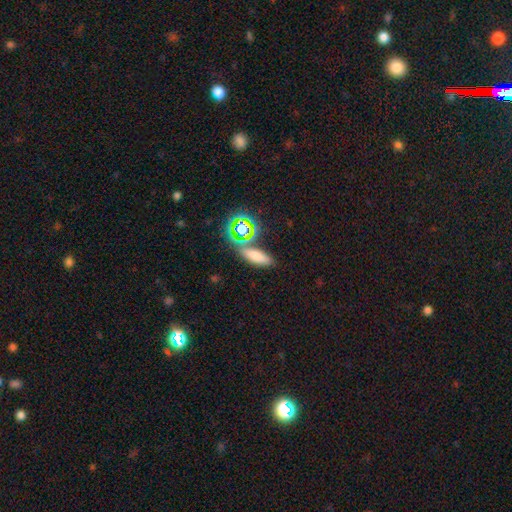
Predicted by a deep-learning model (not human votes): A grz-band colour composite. It shows a smooth galaxy with no disk features (66%) that is in between round and cigar-shaped (58%). Merging: none (65%).